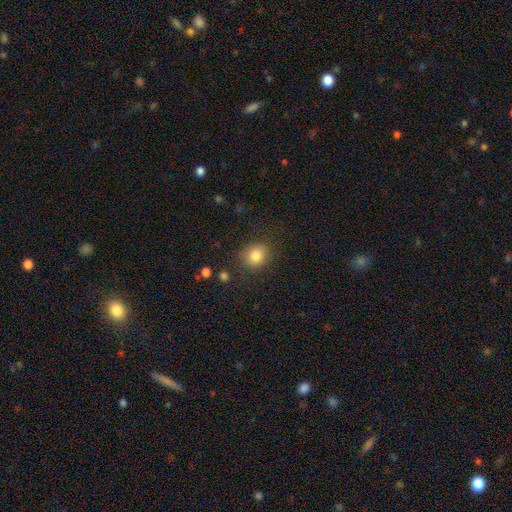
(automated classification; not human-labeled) Smooth or featured?
  - smooth: 84% *
  - star or artifact: 10%
  - featured or disk: 6%
How rounded?
  - round: 67% *
  - in between: 32%
  - cigar-shaped: 1%
Merging?
  - none: 83% *
  - minor disturbance: 11%
  - major disturbance: 4%
  - merger: 2%